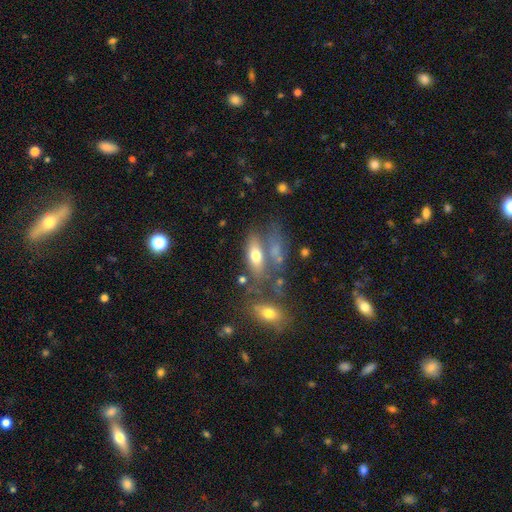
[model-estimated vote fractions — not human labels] smooth-or-featured: smooth: 63% | featured or disk: 28% | star or artifact: 9%
  how-rounded: in between: 74% | cigar-shaped: 21% | round: 5%
  merging: none: 49% | merger: 26% | minor disturbance: 16% | major disturbance: 10%